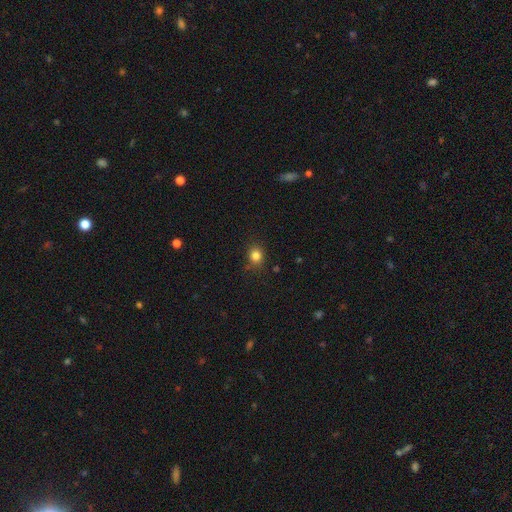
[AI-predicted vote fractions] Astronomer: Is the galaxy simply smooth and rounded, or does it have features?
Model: smooth — 82%.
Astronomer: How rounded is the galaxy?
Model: round — 72%.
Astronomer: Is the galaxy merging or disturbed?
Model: none — 83%.